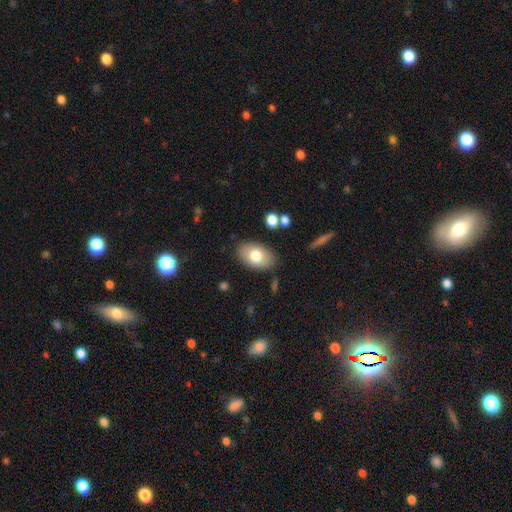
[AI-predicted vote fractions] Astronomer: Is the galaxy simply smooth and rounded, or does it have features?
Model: smooth — 75%.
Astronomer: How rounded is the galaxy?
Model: in between — 90%.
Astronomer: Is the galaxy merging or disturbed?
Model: none — 83%.